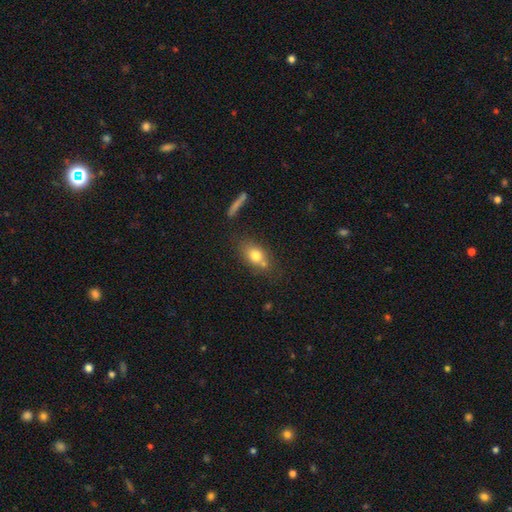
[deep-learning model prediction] Smooth or featured? Predicted: smooth (p=0.75). How rounded? Predicted: in between (p=0.72). Merging? Predicted: none (p=0.60).